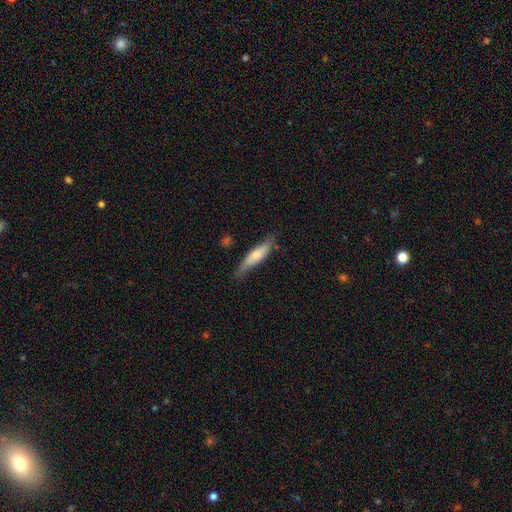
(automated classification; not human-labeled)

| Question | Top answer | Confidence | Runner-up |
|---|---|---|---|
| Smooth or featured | smooth | 60% | featured or disk (35%) |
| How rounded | cigar-shaped | 79% | in between (20%) |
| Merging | none | 72% | minor disturbance (22%) |